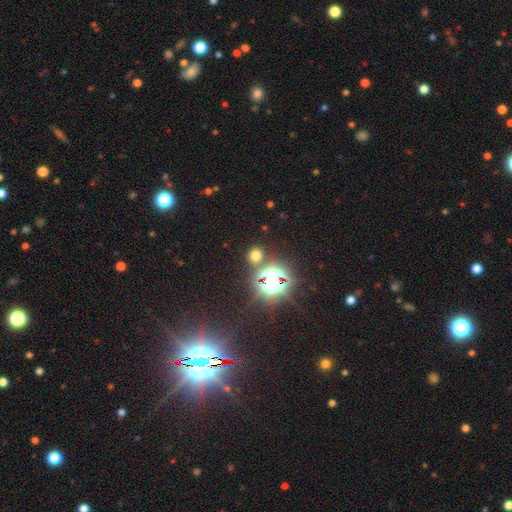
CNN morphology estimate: A smooth galaxy with no disk features (54%) that is round (81%). Merging: none (82%).